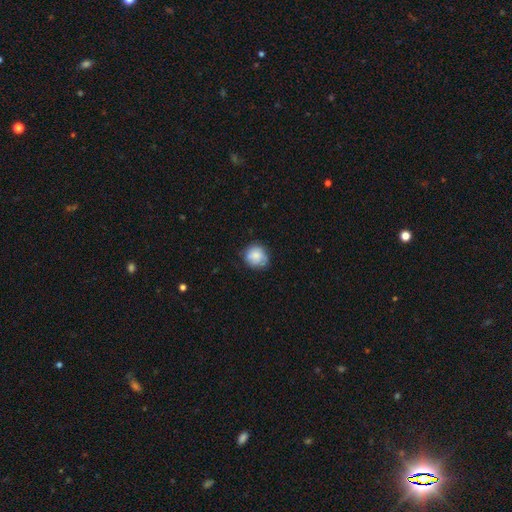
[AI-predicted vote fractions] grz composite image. It shows a smooth galaxy with no disk features (81%) that is round (83%). Merging: none (73%).